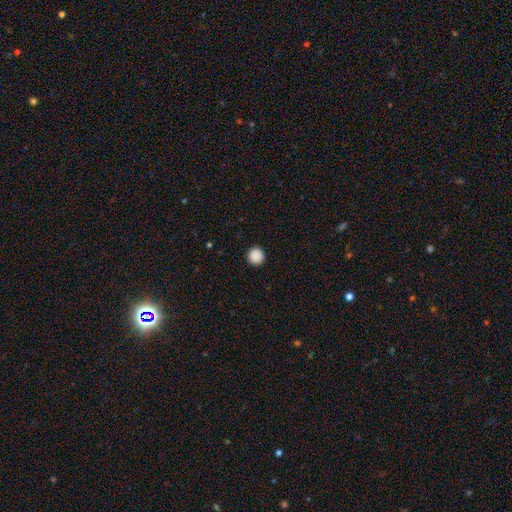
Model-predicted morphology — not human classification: smooth-or-featured: smooth: 89% | star or artifact: 9% | featured or disk: 2%
  how-rounded: round: 95% | in between: 4% | cigar-shaped: 1%
  merging: none: 93% | minor disturbance: 4% | major disturbance: 2% | merger: 1%